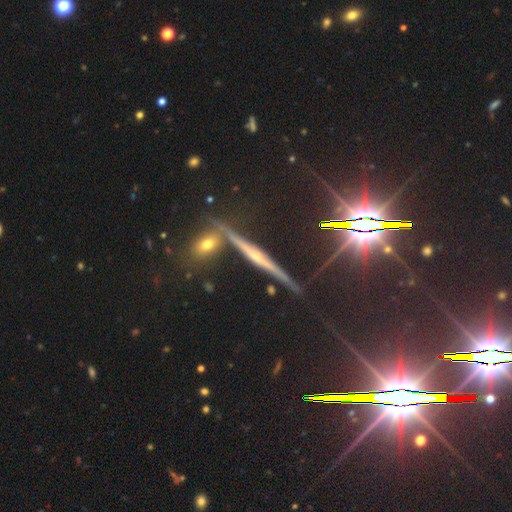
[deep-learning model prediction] The model was most divided on "smooth or featured": featured or disk: 62%, star or artifact: 24%, smooth: 14%. More confident: edge-on disk — yes (95%); merging — none (80%); edge-on bulge — rounded (76%).